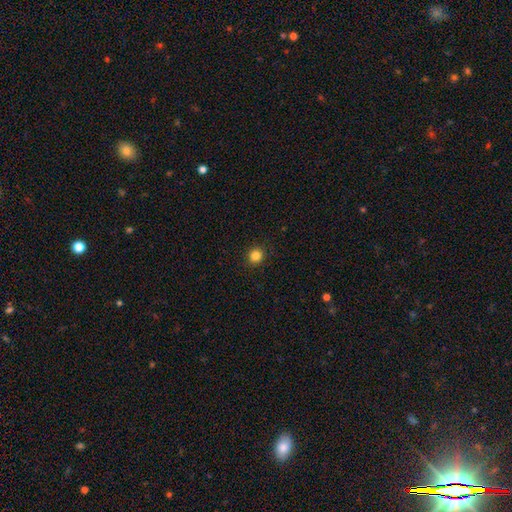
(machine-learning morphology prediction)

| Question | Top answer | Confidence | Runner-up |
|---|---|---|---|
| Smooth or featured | smooth | 84% | star or artifact (12%) |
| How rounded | round | 93% | in between (6%) |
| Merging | none | 92% | minor disturbance (5%) |